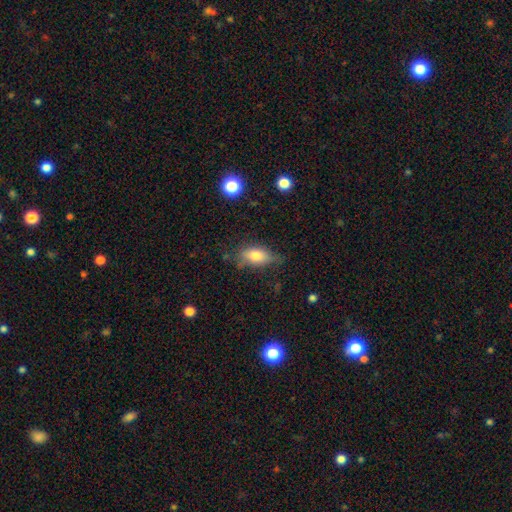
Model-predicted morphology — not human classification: The model was most divided on "merging": none: 62%, minor disturbance: 28%, major disturbance: 8%, merger: 2%. More confident: how rounded — in between (85%); smooth or featured — smooth (76%).